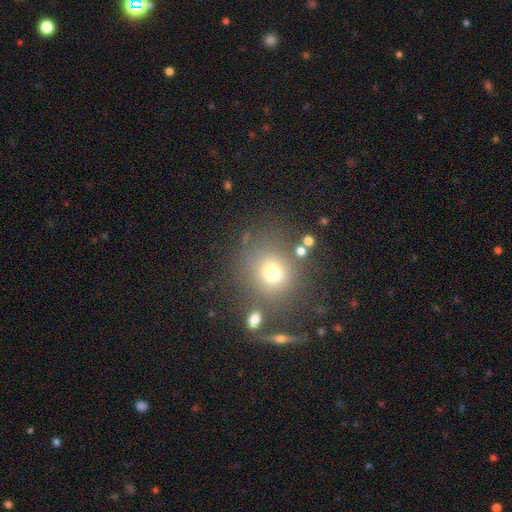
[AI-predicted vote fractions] The model was most divided on "smooth or featured": smooth: 56%, star or artifact: 31%, featured or disk: 13%. More confident: how rounded — round (84%); merging — none (70%).